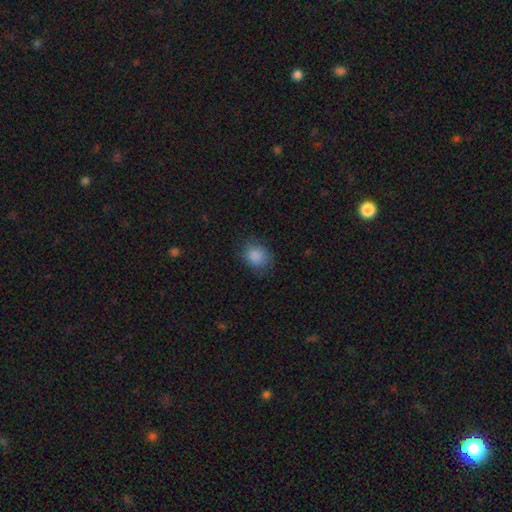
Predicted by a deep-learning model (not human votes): The model was most divided on "how rounded": round: 59%, in between: 40%, cigar-shaped: 1%. More confident: smooth or featured — smooth (87%); merging — none (78%).